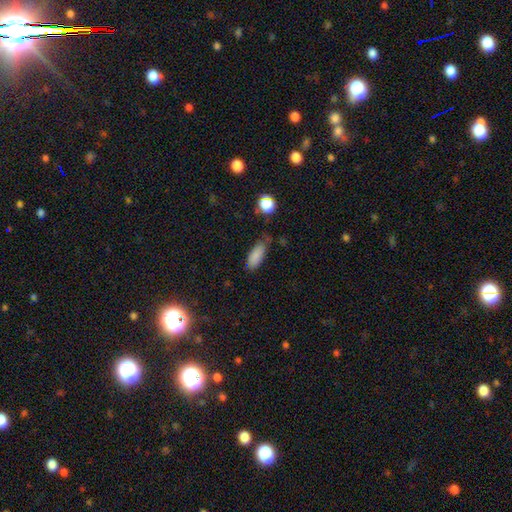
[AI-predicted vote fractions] smooth_or_featured: smooth (p=0.84) [alt: star or artifact p=0.10]
how_rounded: in between (p=0.81) [alt: cigar-shaped p=0.16]
merging: none (p=0.60) [alt: minor disturbance p=0.28]